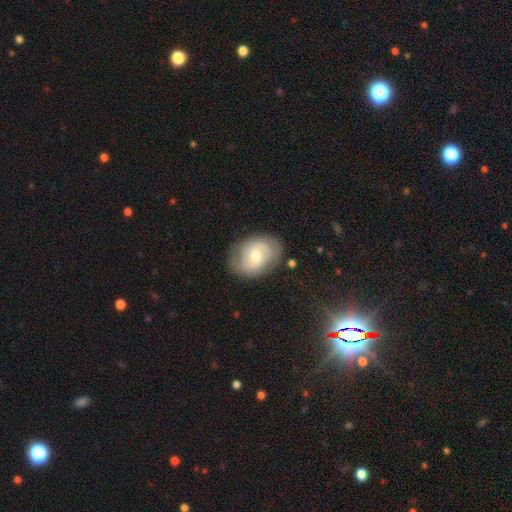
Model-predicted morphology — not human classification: Smooth or featured? Predicted: featured or disk (p=0.65). Edge-on disk? Predicted: no (p=0.96). Bar? Predicted: no (p=0.55). Spiral arms? Predicted: yes (p=0.80). Spiral winding? Predicted: tight (p=0.47). Spiral arm count? Predicted: 2 (p=0.74). Bulge size? Predicted: moderate (p=0.61). Merging? Predicted: none (p=0.79).